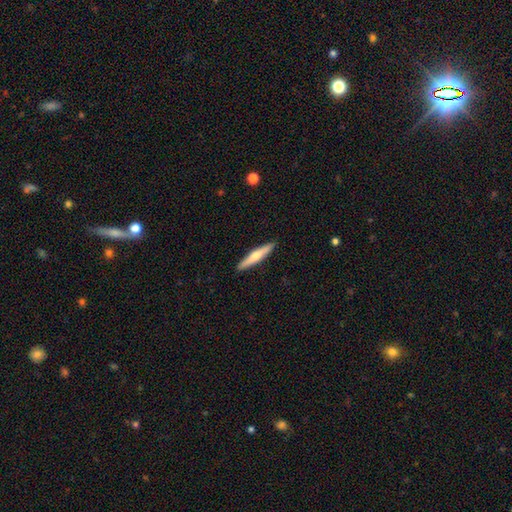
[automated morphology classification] Smooth or featured: smooth — 53% (featured or disk — 42%)
How rounded: cigar-shaped — 91% (in between — 8%)
Merging: none — 91% (minor disturbance — 7%)